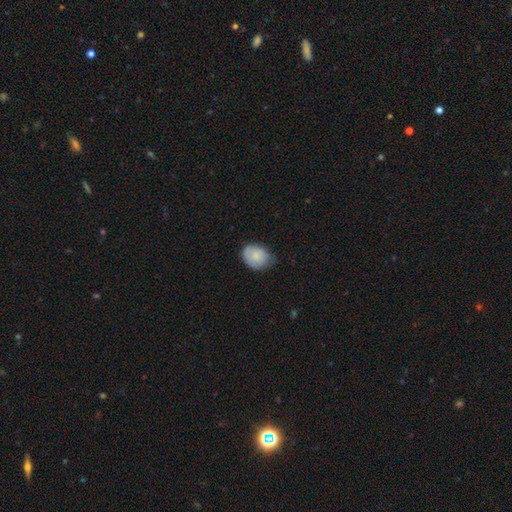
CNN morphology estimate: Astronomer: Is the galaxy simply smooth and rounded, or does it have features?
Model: smooth — 75%.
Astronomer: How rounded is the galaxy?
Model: in between — 58% (runner-up: round, 41%).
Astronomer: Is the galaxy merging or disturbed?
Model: none — 57% (runner-up: minor disturbance, 35%).